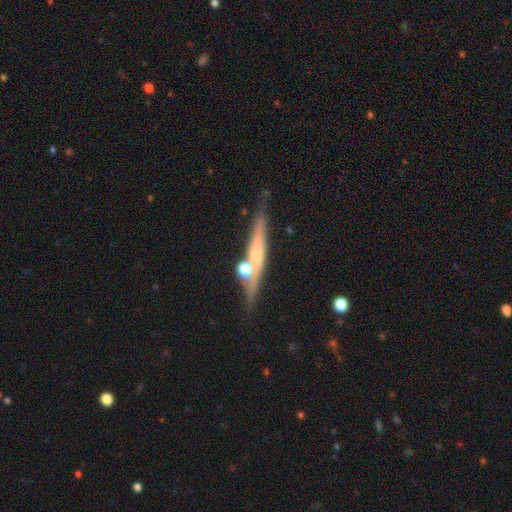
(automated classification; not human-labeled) Smooth or featured? Predicted: featured or disk (p=0.61). Edge-on disk? Predicted: yes (p=0.91). Edge-on bulge? Predicted: rounded (p=0.68). Merging? Predicted: none (p=0.70).